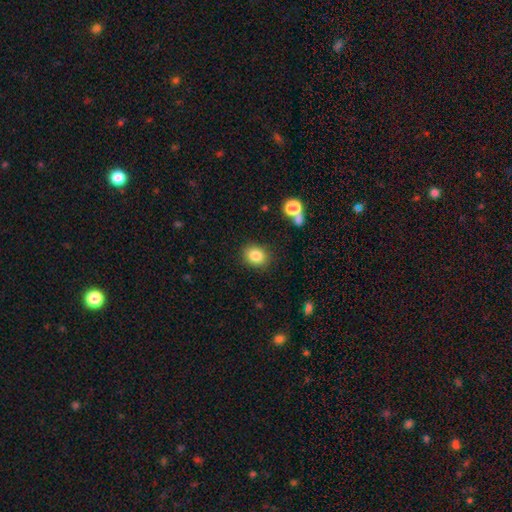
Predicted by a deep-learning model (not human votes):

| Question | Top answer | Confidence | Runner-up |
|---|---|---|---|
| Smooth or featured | smooth | 84% | star or artifact (10%) |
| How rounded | round | 56% | in between (43%) |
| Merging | none | 85% | minor disturbance (9%) |